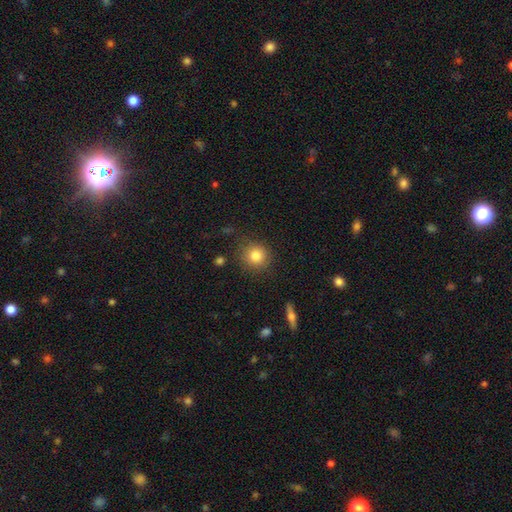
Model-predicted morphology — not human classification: This is clearly a smooth galaxy (82%). How rounded: clearly round (91%). Merging: clearly none (82%).